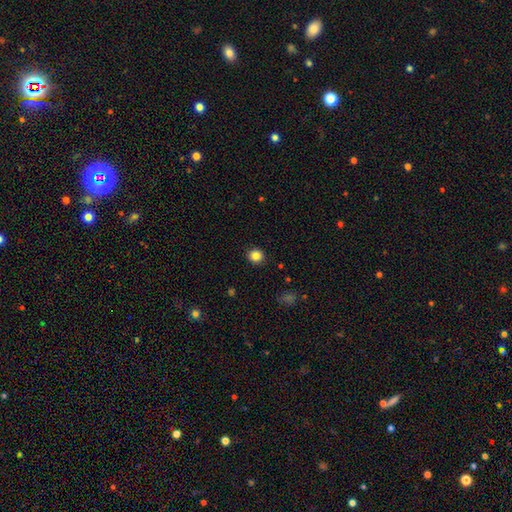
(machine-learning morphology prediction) smooth-or-featured: smooth: 85% | star or artifact: 11% | featured or disk: 4%
  how-rounded: round: 89% | in between: 11% | cigar-shaped: 1%
  merging: none: 91% | minor disturbance: 6% | major disturbance: 2% | merger: 1%